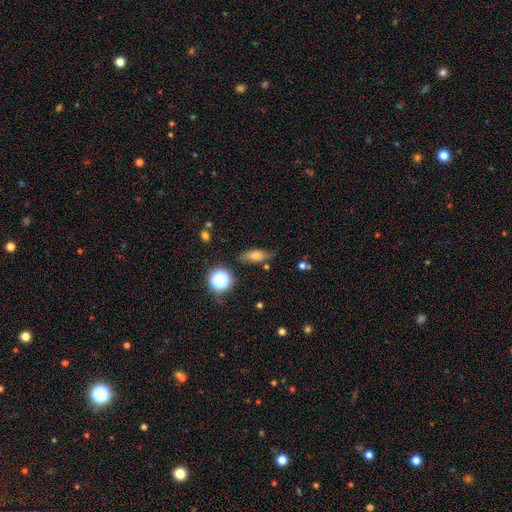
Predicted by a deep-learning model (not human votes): Smooth or featured? Predicted: smooth (p=0.65). How rounded? Predicted: in between (p=0.72). Merging? Predicted: none (p=0.64).